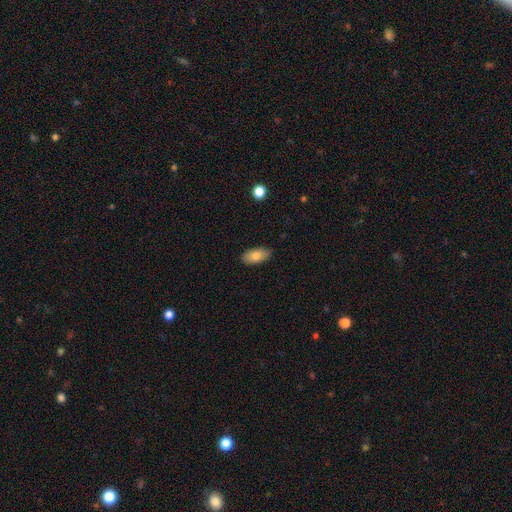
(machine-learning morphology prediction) Smooth or featured? smooth (82%)
How rounded? in between (92%)
Merging? none (87%)